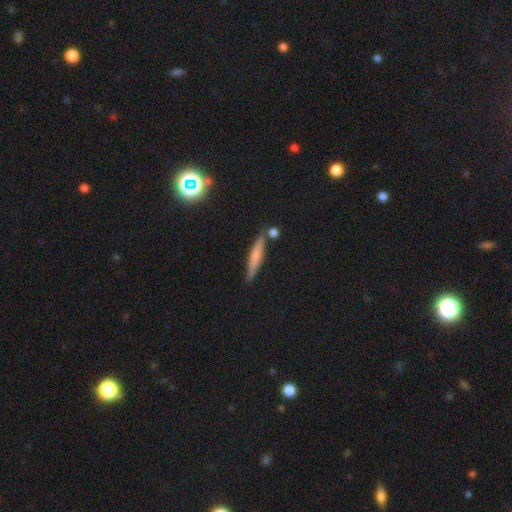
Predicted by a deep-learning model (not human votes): smooth 58%, featured or disk 33%, star or artifact 9%. Down the decision tree: how rounded — cigar-shaped (90%); merging — none (80%).